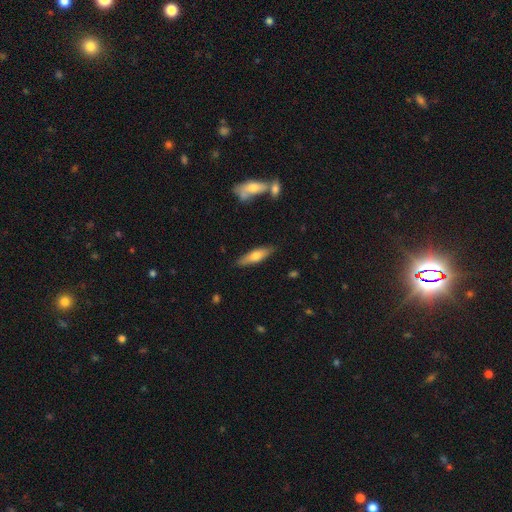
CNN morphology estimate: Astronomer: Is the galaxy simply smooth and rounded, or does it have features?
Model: smooth — 61%.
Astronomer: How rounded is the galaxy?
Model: cigar-shaped — 63%.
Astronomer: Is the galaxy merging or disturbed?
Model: none — 85%.